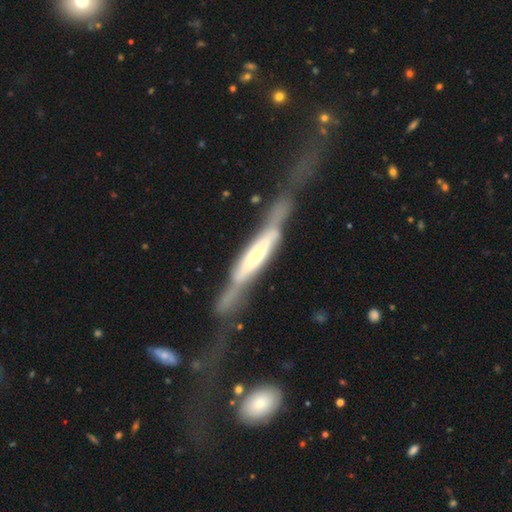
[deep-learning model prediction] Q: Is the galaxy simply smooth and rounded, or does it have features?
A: featured or disk — 75%.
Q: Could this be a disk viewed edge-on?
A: yes — 74%.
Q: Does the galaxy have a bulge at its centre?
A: rounded — 43%.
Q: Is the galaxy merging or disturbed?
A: none — 39%.